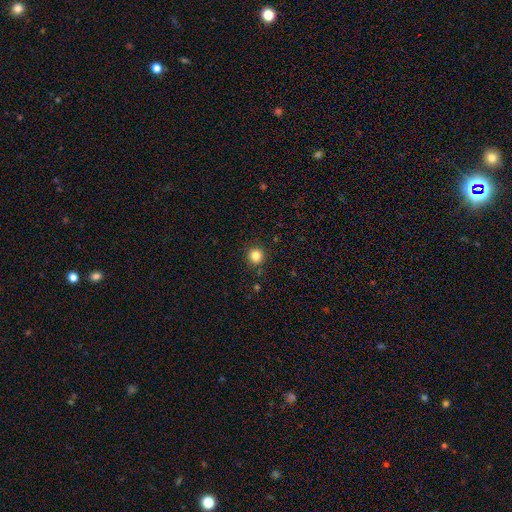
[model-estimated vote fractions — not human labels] Smooth or featured?
  - smooth: 84% *
  - star or artifact: 12%
  - featured or disk: 4%
How rounded?
  - round: 94% *
  - in between: 5%
  - cigar-shaped: 1%
Merging?
  - none: 90% *
  - minor disturbance: 6%
  - major disturbance: 2%
  - merger: 1%